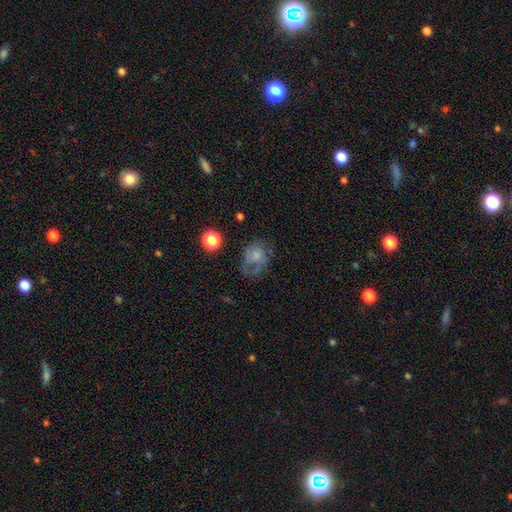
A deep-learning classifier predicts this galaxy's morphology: The model was most divided on "how rounded": in between: 50%, round: 49%, cigar-shaped: 1%. Remaining: smooth or featured — smooth (52%); merging — none (38%).